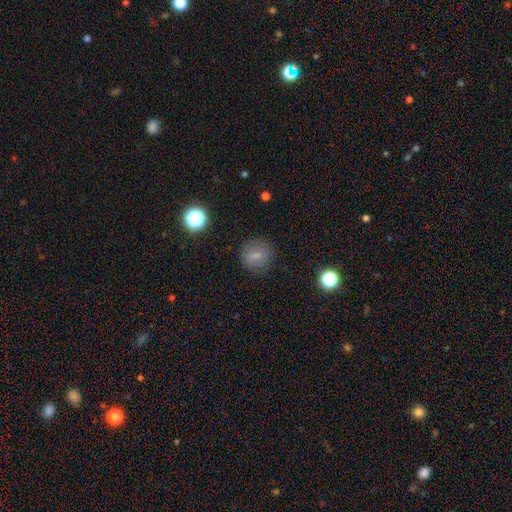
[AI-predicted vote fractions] Q: Smooth or featured?
A: smooth (67%); runner-up: featured or disk (19%)
Q: How rounded?
A: round (78%); runner-up: in between (20%)
Q: Merging?
A: none (84%); runner-up: minor disturbance (10%)